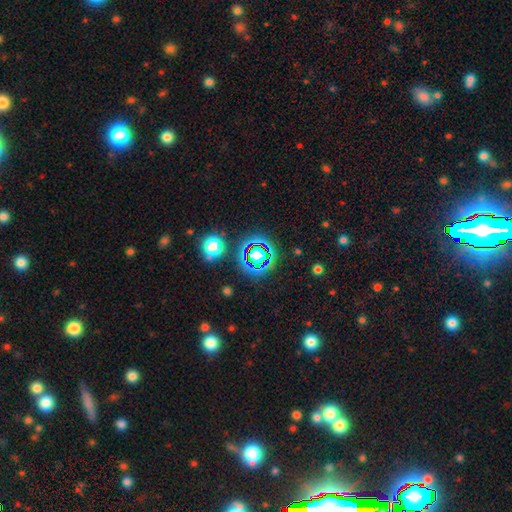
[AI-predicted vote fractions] Q: Smooth or featured?
A: star or artifact (59%); runner-up: smooth (29%)